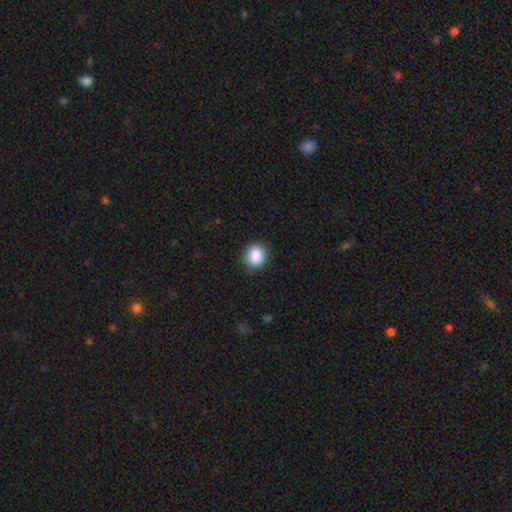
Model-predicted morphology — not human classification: Smooth or featured: smooth — 88% (star or artifact — 9%)
How rounded: round — 75% (in between — 24%)
Merging: none — 88% (minor disturbance — 8%)